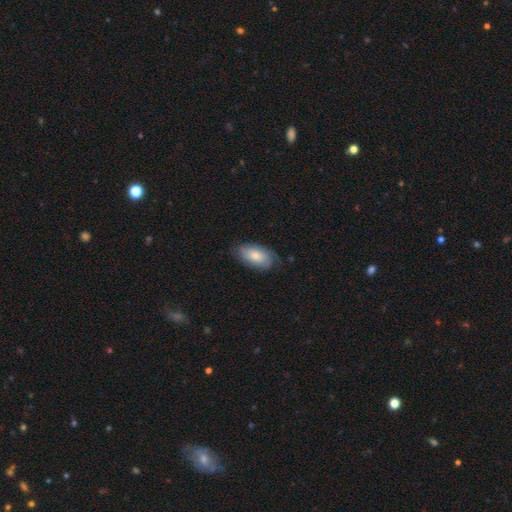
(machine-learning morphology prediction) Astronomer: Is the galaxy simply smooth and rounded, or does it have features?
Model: smooth — 69%.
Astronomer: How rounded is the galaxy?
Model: in between — 93%.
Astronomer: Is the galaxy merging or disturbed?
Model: none — 70%.